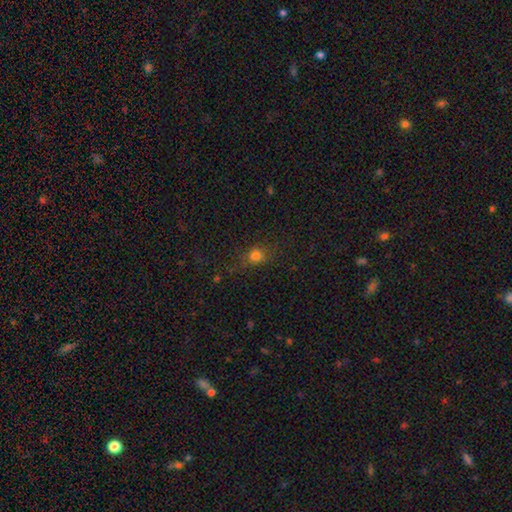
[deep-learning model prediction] This is likely a smooth galaxy (73%). How rounded: likely round (66%). Merging: likely none (75%).